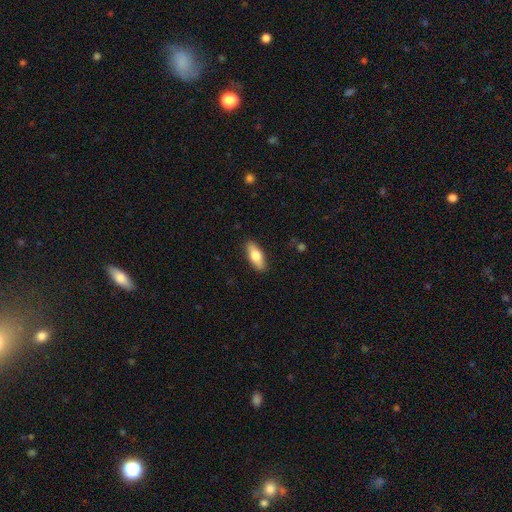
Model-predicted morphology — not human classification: A smooth galaxy with no disk features (73%) that is in between round and cigar-shaped (74%).

Vote fractions:
- Smooth or featured? smooth: 73% / featured or disk: 21% / star or artifact: 6%
- How rounded? in between: 74% / cigar-shaped: 23% / round: 3%
- Merging? none: 89% / minor disturbance: 8% / major disturbance: 2% / merger: 1%